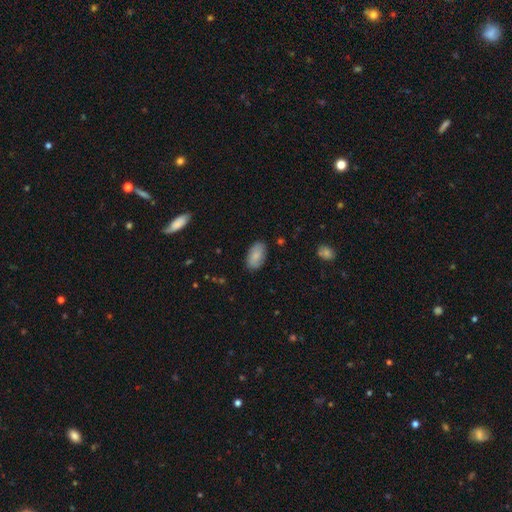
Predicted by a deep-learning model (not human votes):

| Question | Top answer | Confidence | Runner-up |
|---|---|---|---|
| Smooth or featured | smooth | 81% | featured or disk (12%) |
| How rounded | in between | 94% | round (4%) |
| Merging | none | 83% | minor disturbance (13%) |